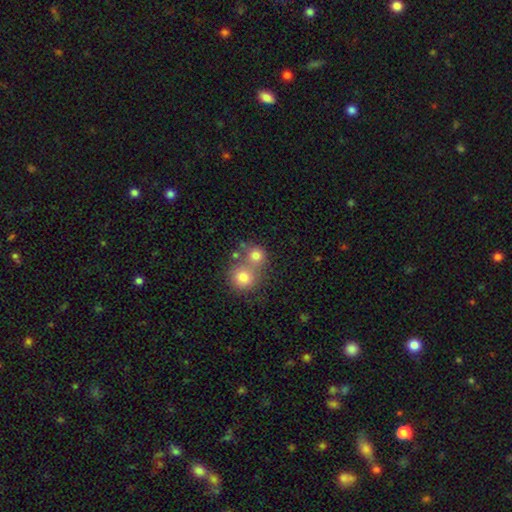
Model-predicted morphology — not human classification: smooth-or-featured: smooth: 76% | star or artifact: 13% | featured or disk: 11%
  how-rounded: round: 85% | in between: 14% | cigar-shaped: 1%
  merging: merger: 47% | none: 43% | minor disturbance: 7% | major disturbance: 3%